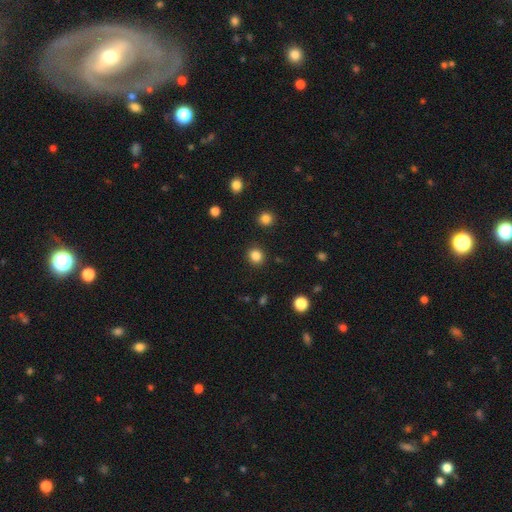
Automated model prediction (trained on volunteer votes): A smooth galaxy with no disk features (85%) that is round (85%). Merging: none (90%).